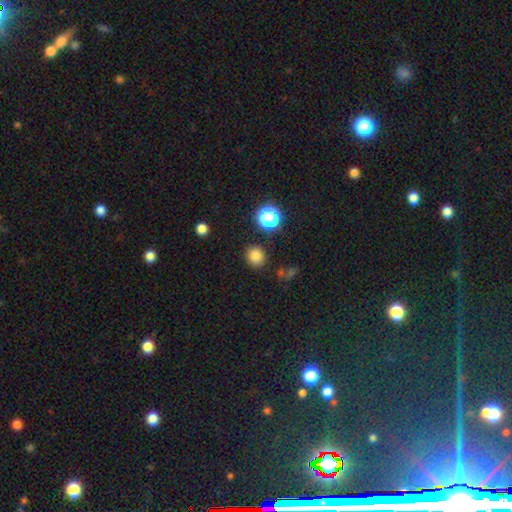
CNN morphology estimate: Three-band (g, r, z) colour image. It shows a smooth galaxy with no disk features (81%) that is round (86%). Merging: none (87%).